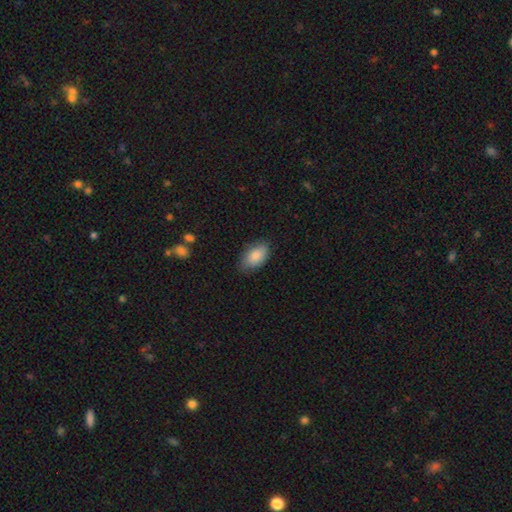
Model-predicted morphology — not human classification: Smooth or featured: smooth — 87% (featured or disk — 7%)
How rounded: in between — 94% (round — 5%)
Merging: none — 78% (minor disturbance — 17%)